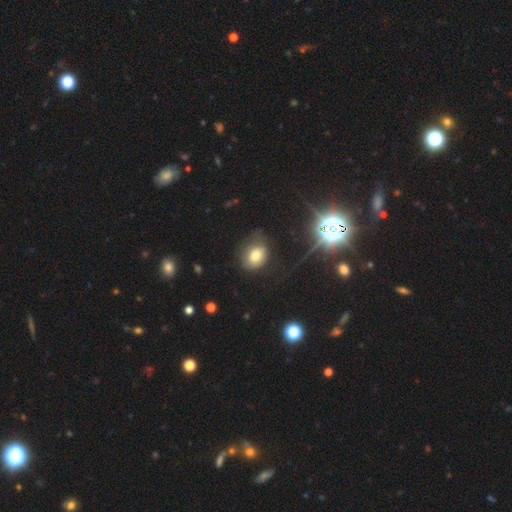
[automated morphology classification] A smooth galaxy with no disk features (71%) that is round (54%). Merging: none (61%).